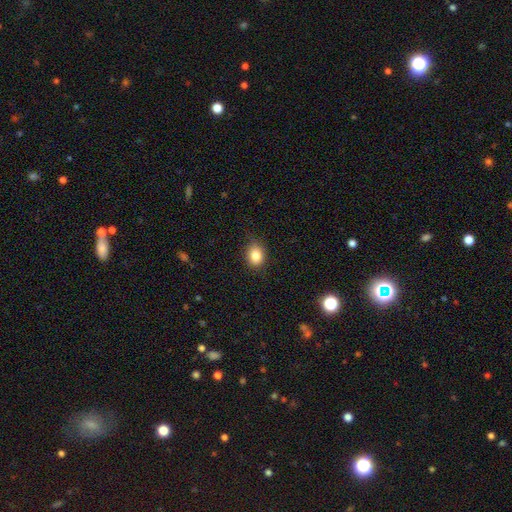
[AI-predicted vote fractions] Overall: smooth (84%). How rounded: in between (54%; round 45%). Merging: none (82%).